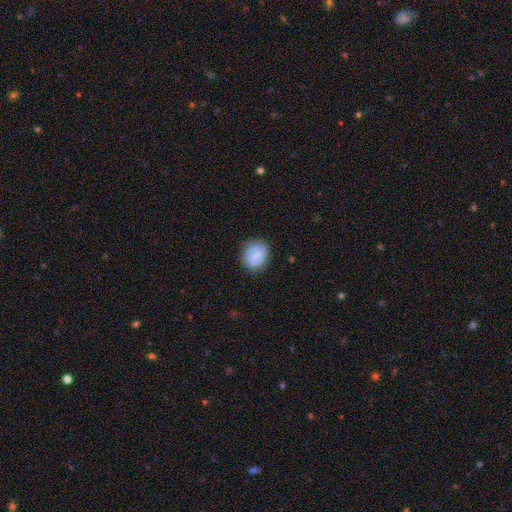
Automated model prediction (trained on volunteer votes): smooth_or_featured: smooth (p=0.70) [alt: featured or disk p=0.22]
how_rounded: round (p=0.66) [alt: in between p=0.33]
merging: none (p=0.81) [alt: minor disturbance p=0.14]